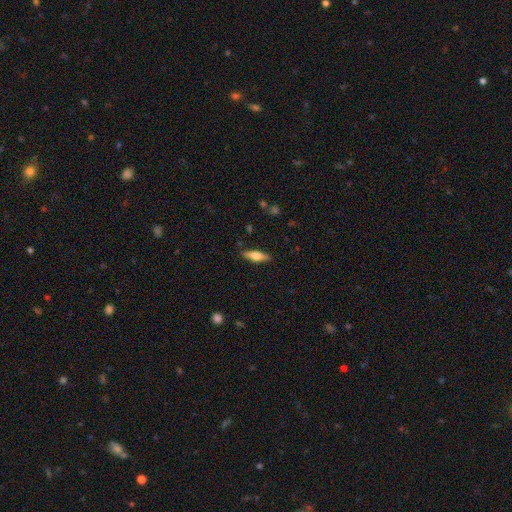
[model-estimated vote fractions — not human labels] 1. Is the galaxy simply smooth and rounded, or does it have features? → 60% smooth, 34% featured or disk, 6% star or artifact.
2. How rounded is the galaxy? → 51% cigar-shaped, 47% in between, 2% round.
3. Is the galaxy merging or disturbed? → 87% none, 10% minor disturbance, 2% major disturbance, 1% merger.